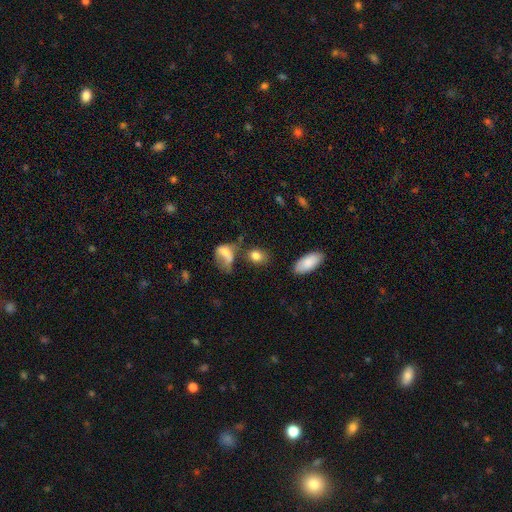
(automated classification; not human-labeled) This is clearly a smooth galaxy (81%). How rounded: likely in between (63%). Merging: possibly none (58%).